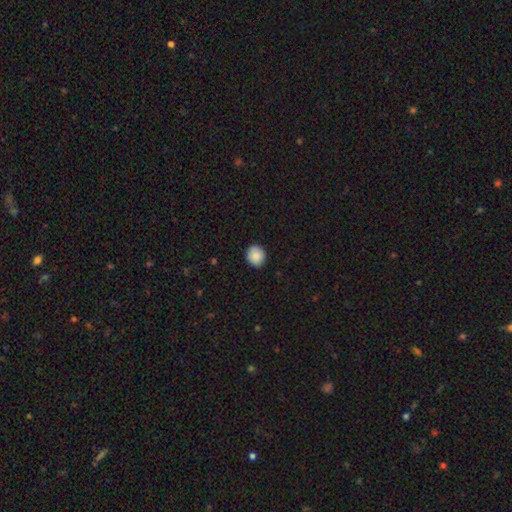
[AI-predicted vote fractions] A smooth galaxy with no disk features (88%) that is round (81%).

Vote fractions:
- Smooth or featured? smooth: 88% / star or artifact: 8% / featured or disk: 4%
- How rounded? round: 81% / in between: 18% / cigar-shaped: 1%
- Merging? none: 90% / minor disturbance: 7% / major disturbance: 2% / merger: 1%